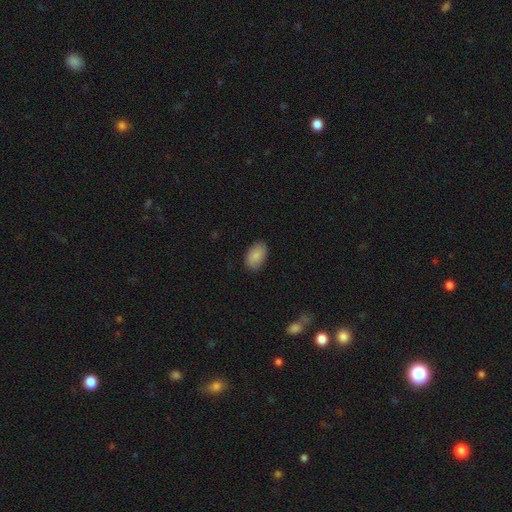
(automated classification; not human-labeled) Q: Smooth or featured?
A: smooth (87%); runner-up: featured or disk (7%)
Q: How rounded?
A: in between (92%); runner-up: round (6%)
Q: Merging?
A: none (85%); runner-up: minor disturbance (11%)